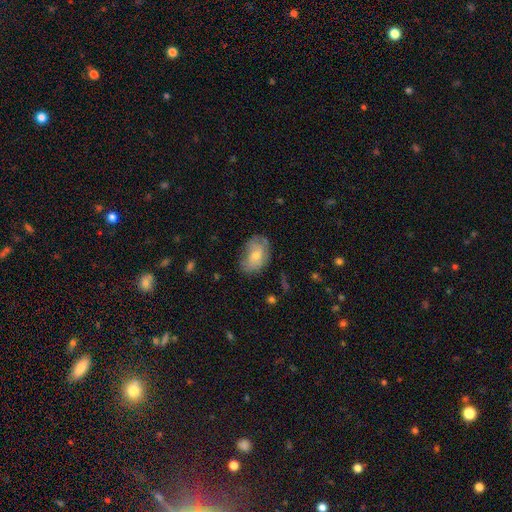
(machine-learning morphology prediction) Smooth or featured?
  - smooth: 55% *
  - featured or disk: 36%
  - star or artifact: 9%
How rounded?
  - in between: 81% *
  - round: 17%
  - cigar-shaped: 2%
Merging?
  - none: 62% *
  - minor disturbance: 28%
  - major disturbance: 9%
  - merger: 2%